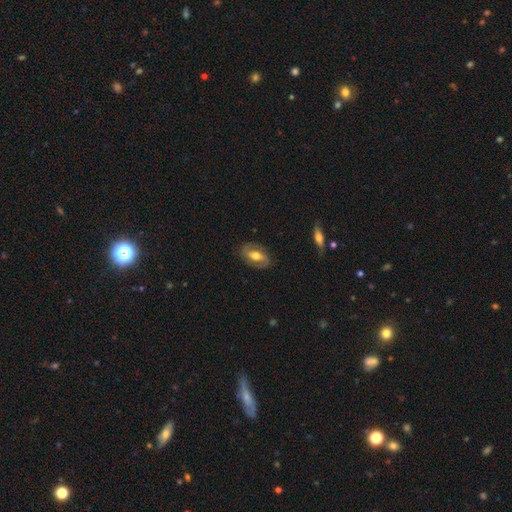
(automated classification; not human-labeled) This appears to be a featured or disk galaxy (66%) with a weak bar (36%), spiral arms (75%) and a moderate central bulge (69%). Merging: none (81%).